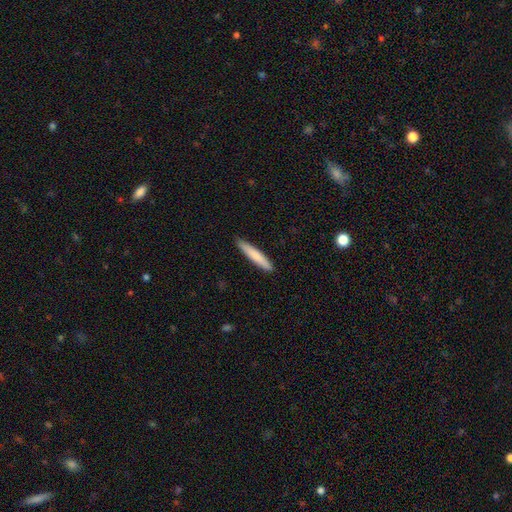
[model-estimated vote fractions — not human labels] This appears to be a smooth galaxy with no disk features (79%) that is cigar-shaped (93%). Merging: none (90%).